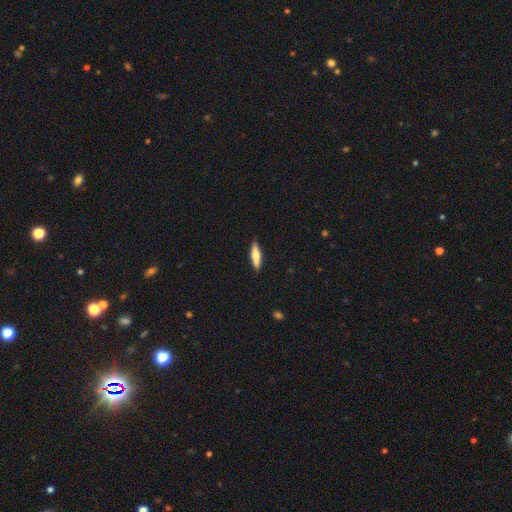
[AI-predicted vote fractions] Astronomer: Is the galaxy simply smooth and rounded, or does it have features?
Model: smooth — 66%.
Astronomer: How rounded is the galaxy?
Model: cigar-shaped — 72%.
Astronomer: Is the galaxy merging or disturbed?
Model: none — 90%.